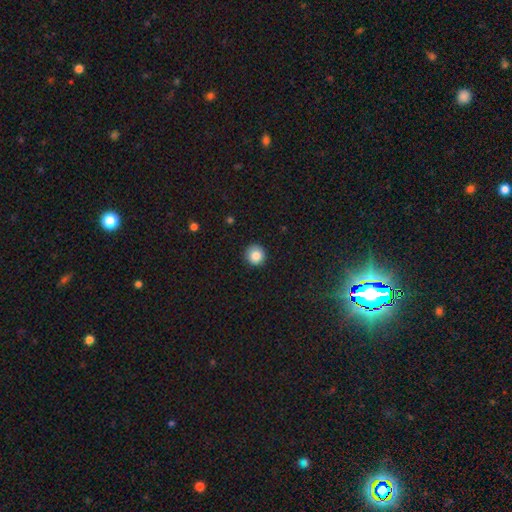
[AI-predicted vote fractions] This appears to be a smooth galaxy with no disk features (86%) that is round (94%). Merging: none (89%).